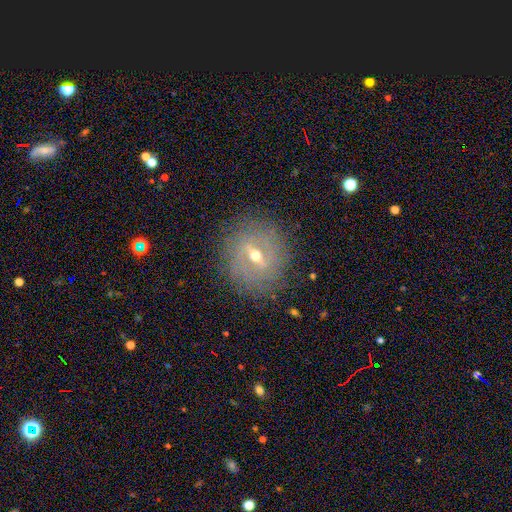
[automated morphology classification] Smooth or featured: featured or disk — 78% (smooth — 14%)
Edge-on disk: no — 86% (yes — 14%)
Bar: strong — 48% (weak — 41%)
Spiral arms: yes — 61% (no — 39%)
Bulge size: moderate — 58% (small — 38%)
Merging: none — 82% (minor disturbance — 12%)